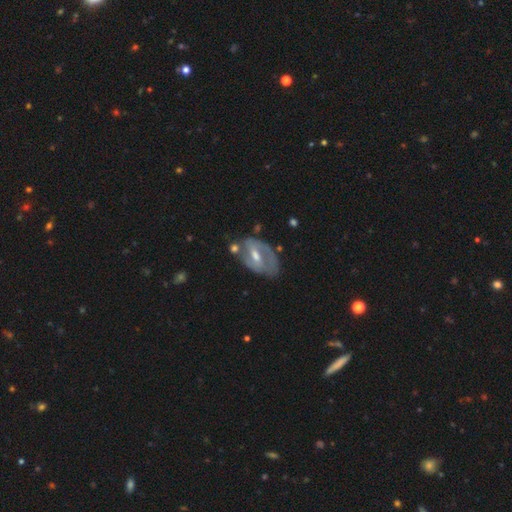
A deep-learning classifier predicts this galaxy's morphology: smooth_or_featured: featured or disk (p=0.75) [alt: smooth p=0.19]
disk_edge_on: no (p=0.94) [alt: yes p=0.06]
bar: weak (p=0.48) [alt: strong p=0.29]
has_spiral_arms: yes (p=0.75) [alt: no p=0.25]
spiral_winding: medium (p=0.43) [alt: tight p=0.38]
spiral_arm_count: 2 (p=0.61) [alt: can't tell p=0.19]
bulge_size: moderate (p=0.62) [alt: small p=0.30]
merging: none (p=0.59) [alt: minor disturbance p=0.23]